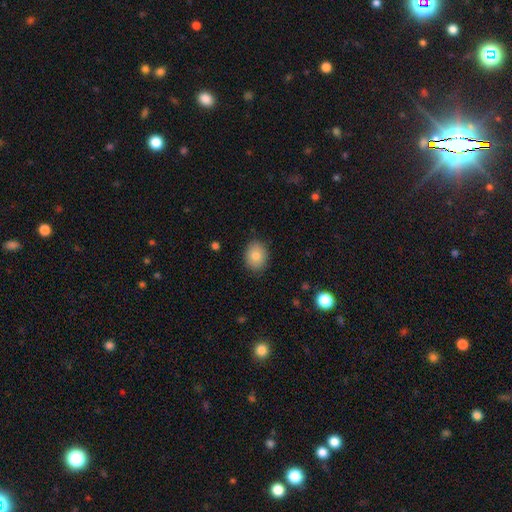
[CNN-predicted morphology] Smooth or featured? smooth (83%)
How rounded? in between (58%)
Merging? none (85%)